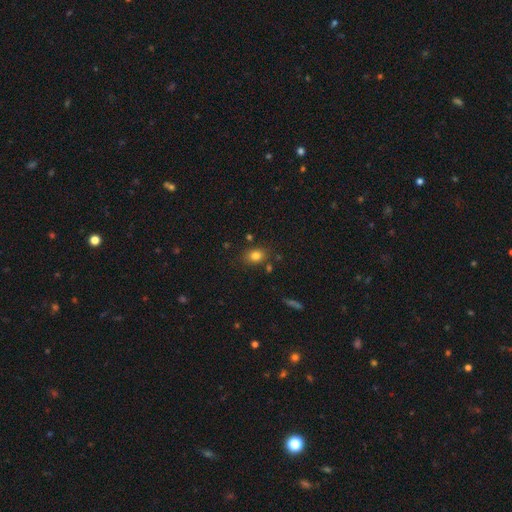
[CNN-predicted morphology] Overall: smooth (81%). How rounded: in between (62%; round 37%). Merging: none (80%).